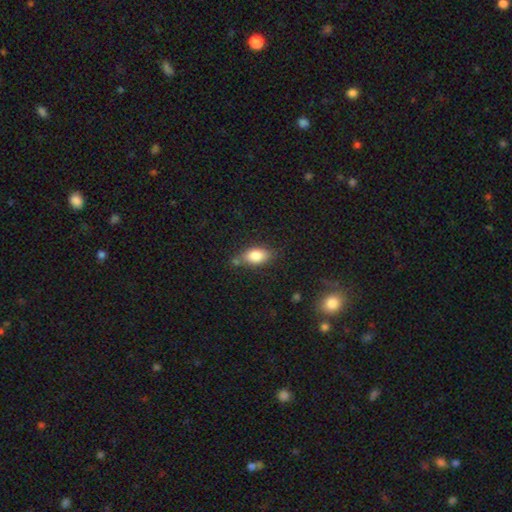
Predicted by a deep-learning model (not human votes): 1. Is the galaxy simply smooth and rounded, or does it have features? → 83% smooth, 9% featured or disk, 8% star or artifact.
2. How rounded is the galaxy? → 87% in between, 8% round, 5% cigar-shaped.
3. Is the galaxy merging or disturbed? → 67% none, 20% minor disturbance, 8% merger, 5% major disturbance.